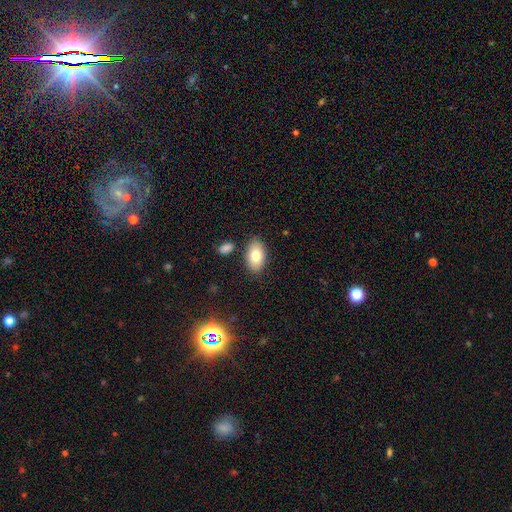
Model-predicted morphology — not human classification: A smooth galaxy with no disk features (79%) that is in between round and cigar-shaped (92%).

Vote fractions:
- Smooth or featured? smooth: 79% / featured or disk: 14% / star or artifact: 8%
- How rounded? in between: 92% / round: 6% / cigar-shaped: 1%
- Merging? none: 83% / minor disturbance: 10% / merger: 4% / major disturbance: 3%